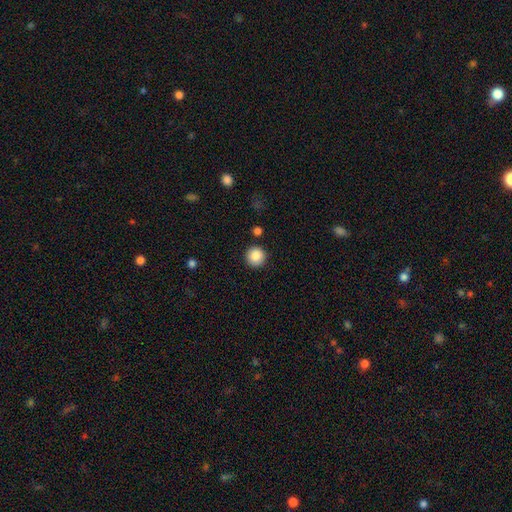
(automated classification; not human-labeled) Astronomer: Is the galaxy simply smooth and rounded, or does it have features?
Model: smooth — 87%.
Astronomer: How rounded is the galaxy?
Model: round — 95%.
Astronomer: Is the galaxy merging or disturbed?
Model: none — 90%.